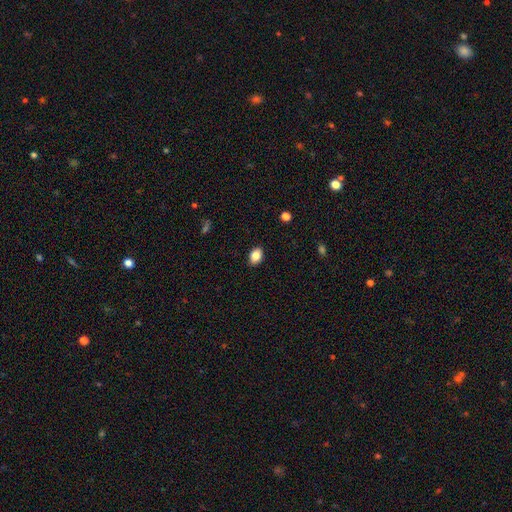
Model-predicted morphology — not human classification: type=smooth (86%); roundness=in between (81%); merging=none (88%).